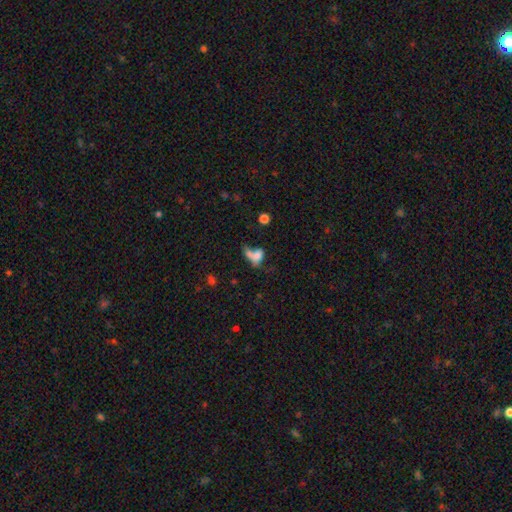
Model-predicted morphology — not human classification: type=smooth (67%); roundness=in between (73%); merging=merger (49%).